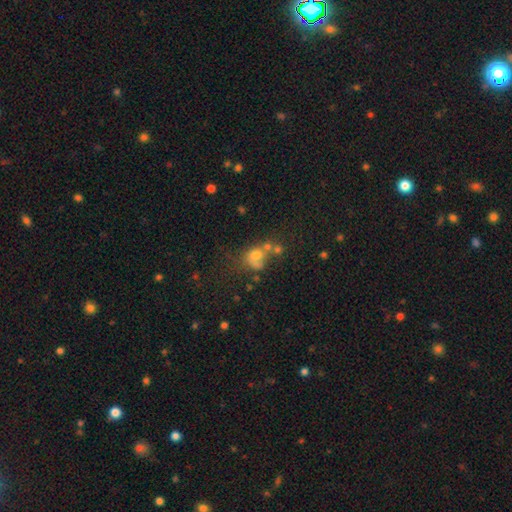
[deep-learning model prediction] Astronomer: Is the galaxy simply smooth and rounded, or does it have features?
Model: smooth — 60%.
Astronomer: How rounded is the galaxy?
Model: round — 60% (runner-up: in between, 39%).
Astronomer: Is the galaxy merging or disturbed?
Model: merger — 40% (runner-up: none, 27%).